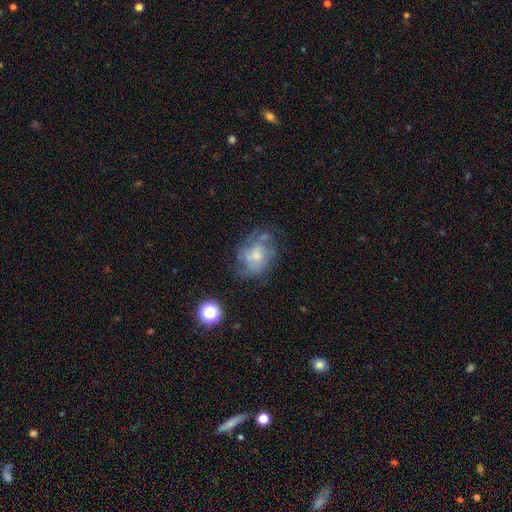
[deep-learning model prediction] Smooth or featured?
  - featured or disk: 49% *
  - smooth: 40%
  - star or artifact: 12%
Merging?
  - none: 44% *
  - minor disturbance: 26%
  - major disturbance: 24%
  - merger: 6%